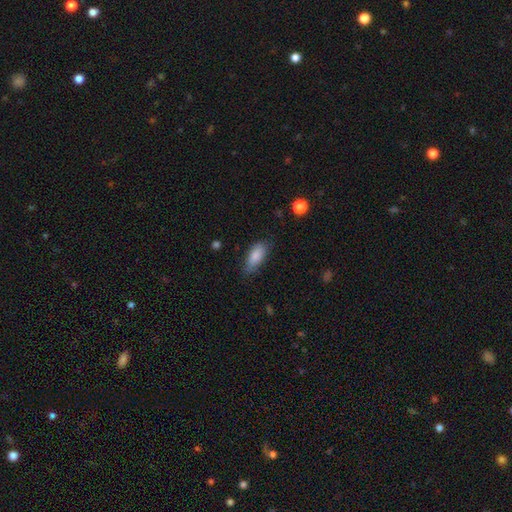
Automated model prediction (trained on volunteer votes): This is clearly a smooth galaxy (85%). How rounded: clearly in between (83%). Merging: likely none (68%).